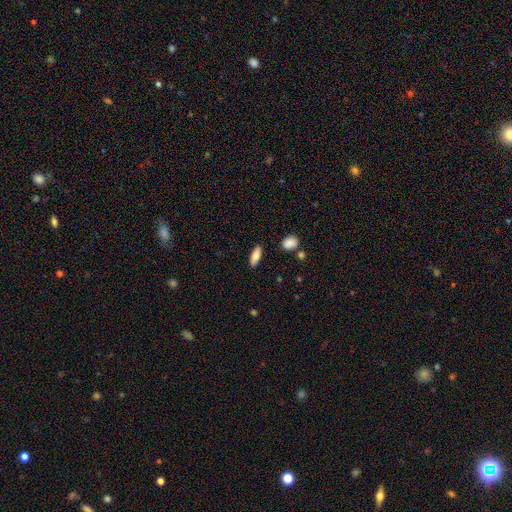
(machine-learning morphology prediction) Smooth or featured?
  - smooth: 80% *
  - featured or disk: 13%
  - star or artifact: 7%
How rounded?
  - in between: 70% *
  - cigar-shaped: 27%
  - round: 2%
Merging?
  - none: 86% *
  - minor disturbance: 9%
  - major disturbance: 2%
  - merger: 2%